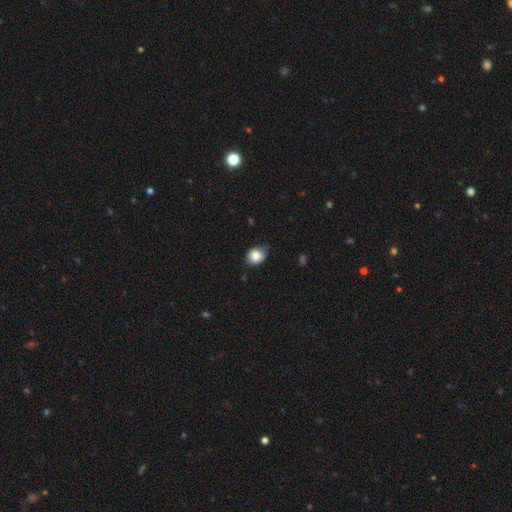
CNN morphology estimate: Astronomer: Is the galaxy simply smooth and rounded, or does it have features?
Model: smooth — 83%.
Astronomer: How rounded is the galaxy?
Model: round — 56% (runner-up: in between, 43%).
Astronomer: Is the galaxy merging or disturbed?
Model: none — 59%.